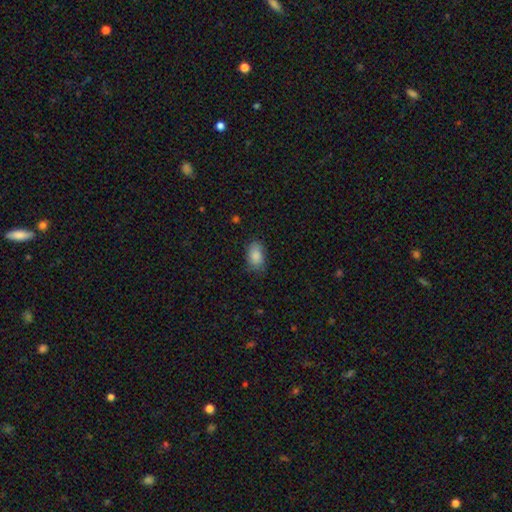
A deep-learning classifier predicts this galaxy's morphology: Smooth or featured? Predicted: smooth (p=0.87). How rounded? Predicted: in between (p=0.89). Merging? Predicted: none (p=0.77).